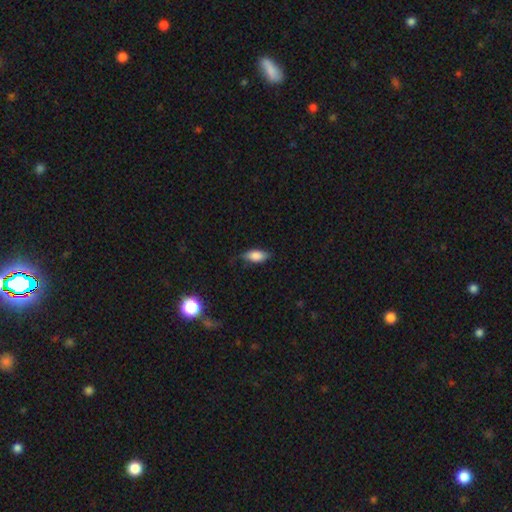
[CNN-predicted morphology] The model was most divided on "merging": none: 68%, minor disturbance: 25%, major disturbance: 6%, merger: 2%. More confident: how rounded — in between (86%); smooth or featured — smooth (80%).